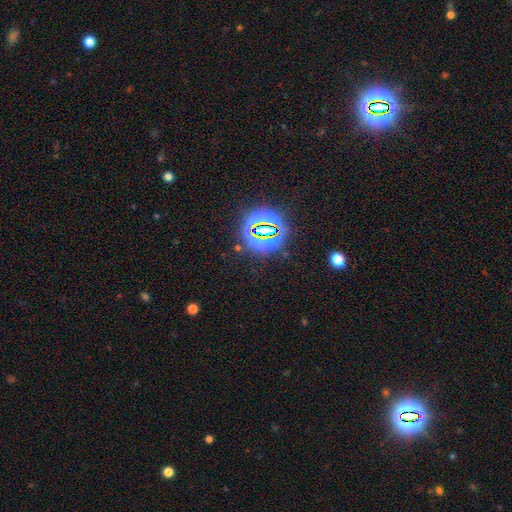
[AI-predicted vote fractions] A star or artifact, not a galaxy (81%).